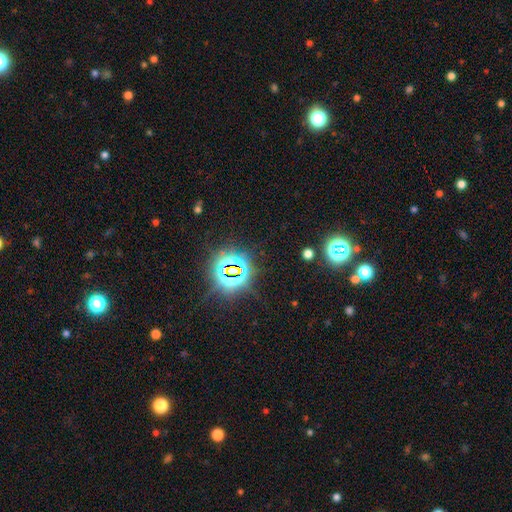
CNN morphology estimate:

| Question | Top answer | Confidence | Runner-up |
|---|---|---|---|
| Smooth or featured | star or artifact | 83% | smooth (11%) |